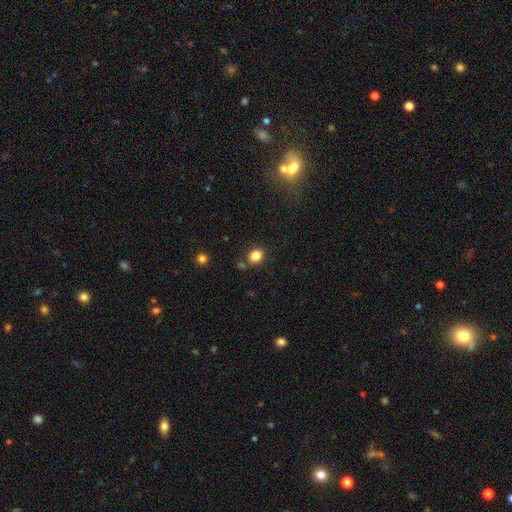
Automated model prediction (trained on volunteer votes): Smooth or featured: smooth — 84% (star or artifact — 12%)
How rounded: round — 60% (in between — 39%)
Merging: none — 78% (minor disturbance — 11%)